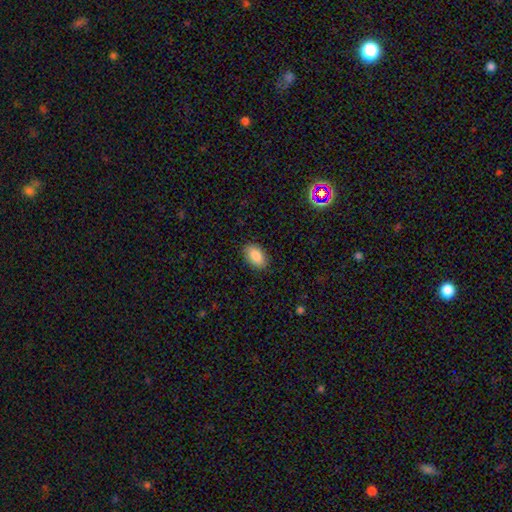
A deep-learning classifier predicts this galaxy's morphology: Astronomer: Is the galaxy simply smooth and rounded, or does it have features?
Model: smooth — 88%.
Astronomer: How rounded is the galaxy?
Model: in between — 93%.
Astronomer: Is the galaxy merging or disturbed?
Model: none — 88%.